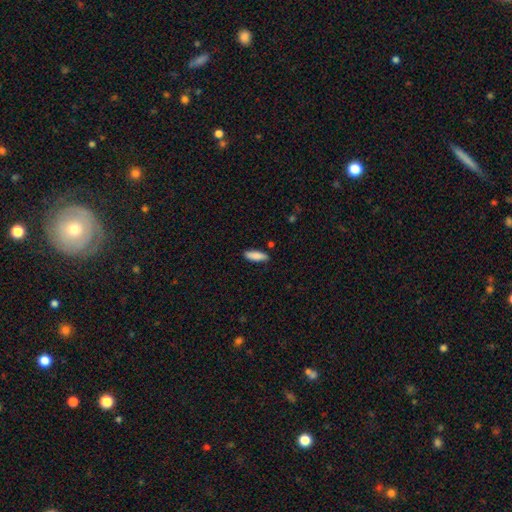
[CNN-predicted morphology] smooth-or-featured: smooth: 88% | featured or disk: 6% | star or artifact: 6%
  how-rounded: in between: 53% | cigar-shaped: 46% | round: 2%
  merging: none: 85% | minor disturbance: 11% | major disturbance: 2% | merger: 2%